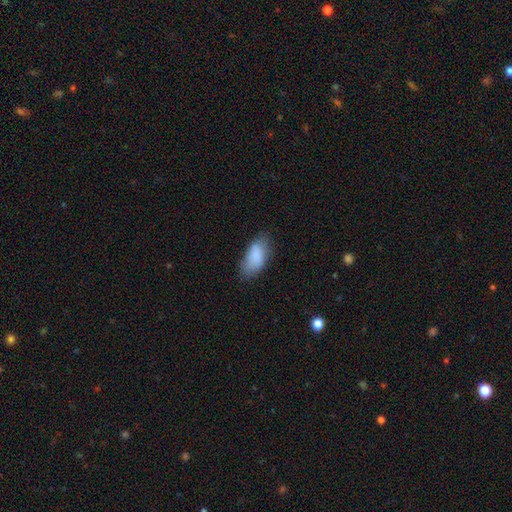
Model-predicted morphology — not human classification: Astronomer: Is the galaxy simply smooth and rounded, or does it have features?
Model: smooth — 84%.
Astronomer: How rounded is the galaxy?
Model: in between — 91%.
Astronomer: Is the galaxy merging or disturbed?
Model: none — 64%.